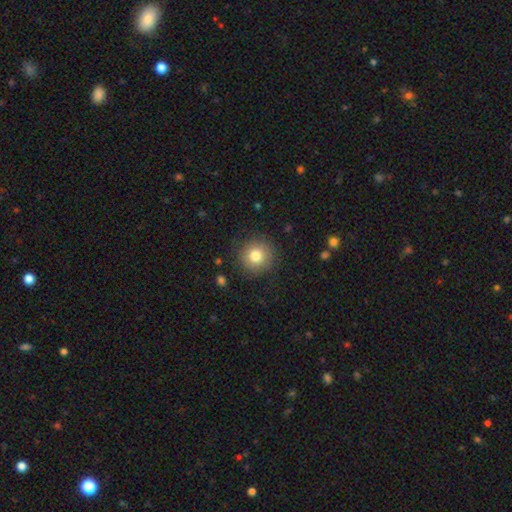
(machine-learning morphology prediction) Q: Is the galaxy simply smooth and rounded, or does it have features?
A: smooth — 80%.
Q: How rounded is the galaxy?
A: round — 94%.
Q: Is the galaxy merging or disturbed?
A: none — 87%.